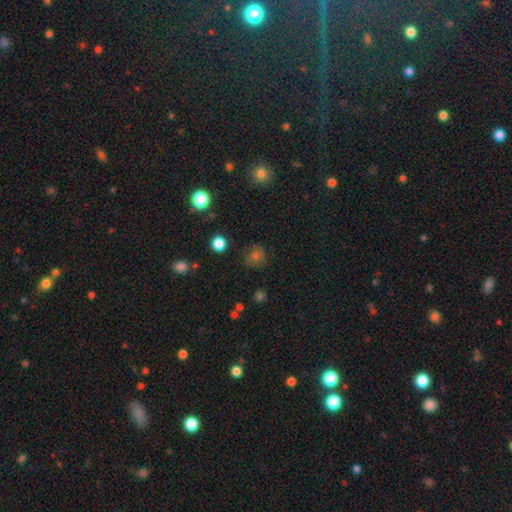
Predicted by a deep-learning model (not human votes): Q: Smooth or featured?
A: smooth (61%); runner-up: star or artifact (26%)
Q: How rounded?
A: round (85%); runner-up: in between (14%)
Q: Merging?
A: none (80%); runner-up: minor disturbance (13%)